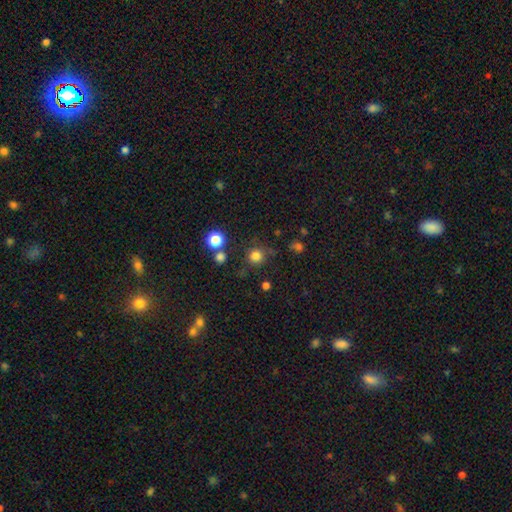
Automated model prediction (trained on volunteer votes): Smooth or featured: smooth — 79% (star or artifact — 16%)
How rounded: round — 92% (in between — 7%)
Merging: none — 76% (minor disturbance — 12%)